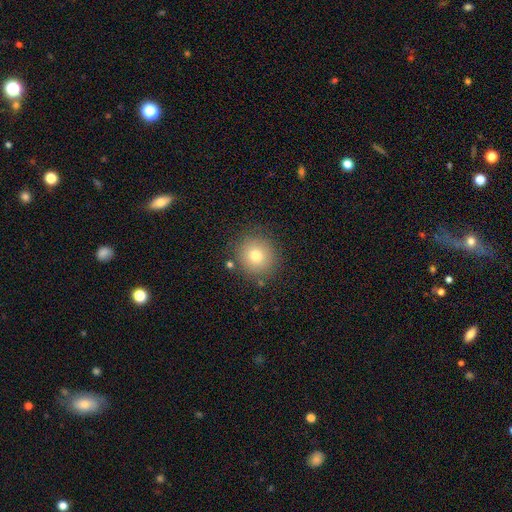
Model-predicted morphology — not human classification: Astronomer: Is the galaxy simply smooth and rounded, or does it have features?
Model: smooth — 76%.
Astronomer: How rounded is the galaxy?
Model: round — 92%.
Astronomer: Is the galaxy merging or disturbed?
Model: none — 85%.